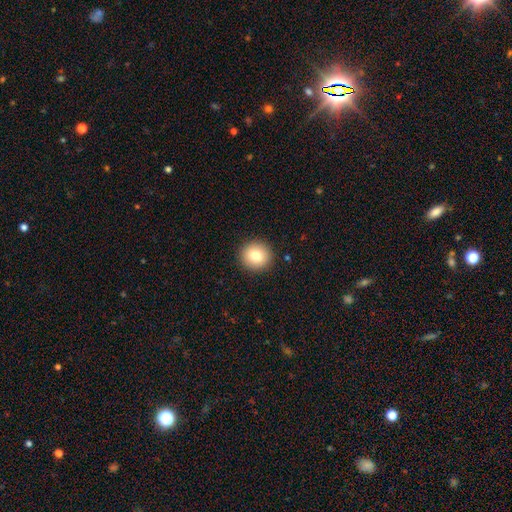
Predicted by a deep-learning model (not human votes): smooth_or_featured: smooth (p=0.80) [alt: featured or disk p=0.10]
how_rounded: round (p=0.92) [alt: in between p=0.07]
merging: none (p=0.91) [alt: minor disturbance p=0.06]